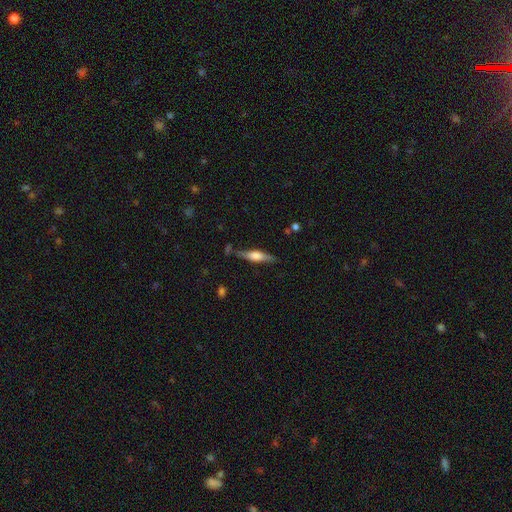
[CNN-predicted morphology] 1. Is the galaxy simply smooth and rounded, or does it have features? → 53% featured or disk, 41% smooth, 6% star or artifact.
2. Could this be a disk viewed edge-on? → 93% yes, 7% no.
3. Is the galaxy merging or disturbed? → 77% none, 15% minor disturbance, 4% major disturbance, 4% merger.